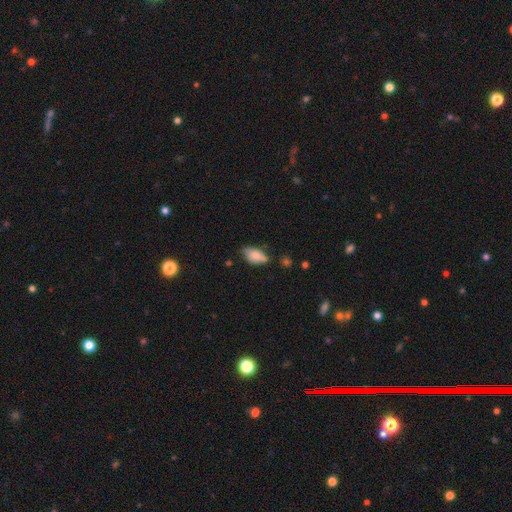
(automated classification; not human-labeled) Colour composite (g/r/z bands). It shows a smooth galaxy with no disk features (79%) that is in between round and cigar-shaped (90%). Merging: none (55%).